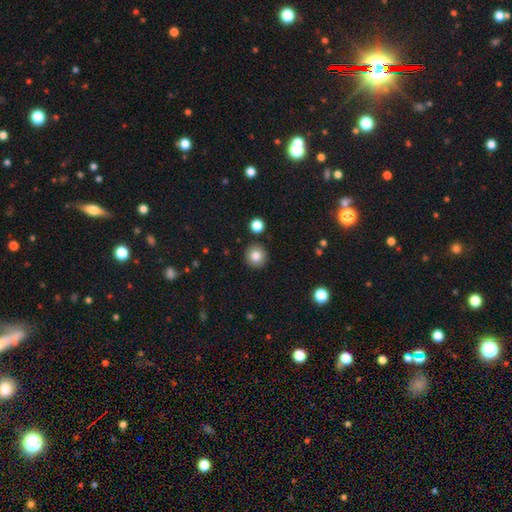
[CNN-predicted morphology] smooth-or-featured: smooth: 84% | star or artifact: 10% | featured or disk: 6%
  how-rounded: round: 95% | in between: 4% | cigar-shaped: 1%
  merging: none: 90% | minor disturbance: 6% | merger: 2% | major disturbance: 2%